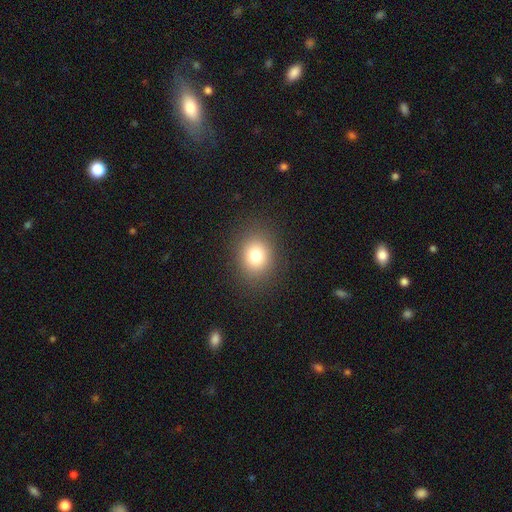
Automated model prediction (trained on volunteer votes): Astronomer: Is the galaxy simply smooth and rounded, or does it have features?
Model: smooth — 77%.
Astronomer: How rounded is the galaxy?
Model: round — 66%.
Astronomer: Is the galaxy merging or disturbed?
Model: none — 88%.